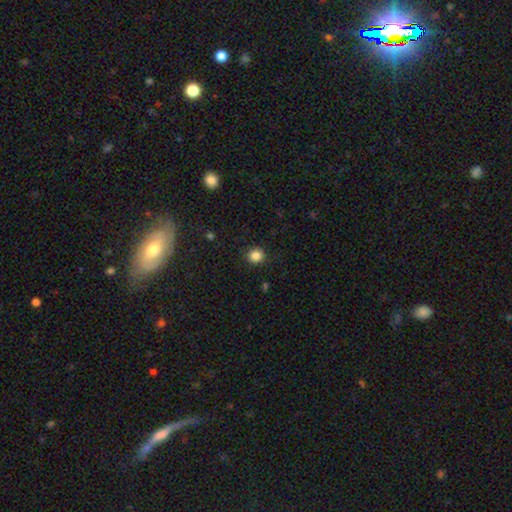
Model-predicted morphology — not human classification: Q: Smooth or featured?
A: smooth (85%); runner-up: star or artifact (11%)
Q: How rounded?
A: round (87%); runner-up: in between (12%)
Q: Merging?
A: none (90%); runner-up: minor disturbance (6%)